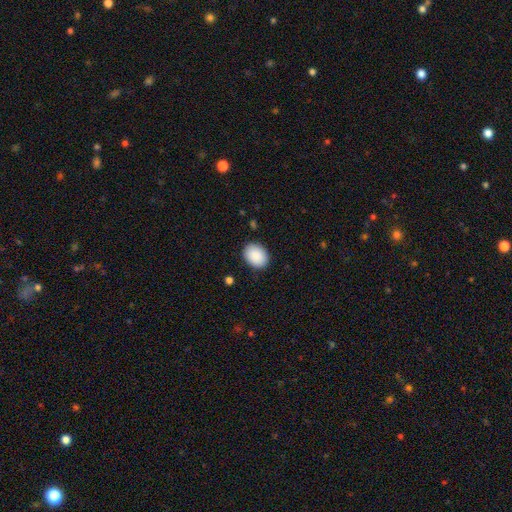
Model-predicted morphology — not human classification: Smooth or featured?
  - smooth: 90% *
  - star or artifact: 6%
  - featured or disk: 3%
How rounded?
  - in between: 69% *
  - round: 30%
  - cigar-shaped: 1%
Merging?
  - none: 87% *
  - minor disturbance: 9%
  - major disturbance: 2%
  - merger: 1%